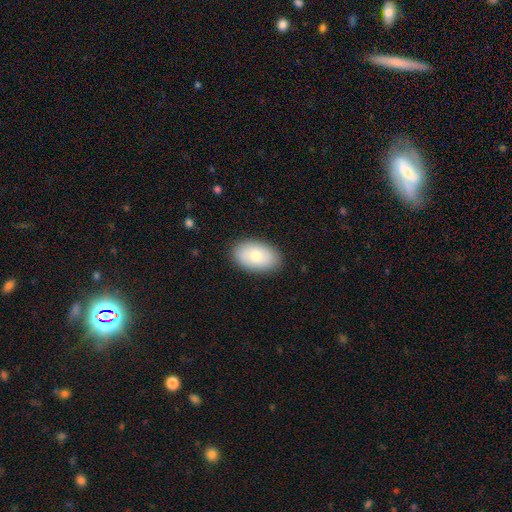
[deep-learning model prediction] A smooth galaxy with no disk features (76%) that is in between round and cigar-shaped (91%).

Vote fractions:
- Smooth or featured? smooth: 76% / featured or disk: 18% / star or artifact: 7%
- How rounded? in between: 91% / round: 7% / cigar-shaped: 1%
- Merging? none: 87% / minor disturbance: 10% / major disturbance: 2% / merger: 1%